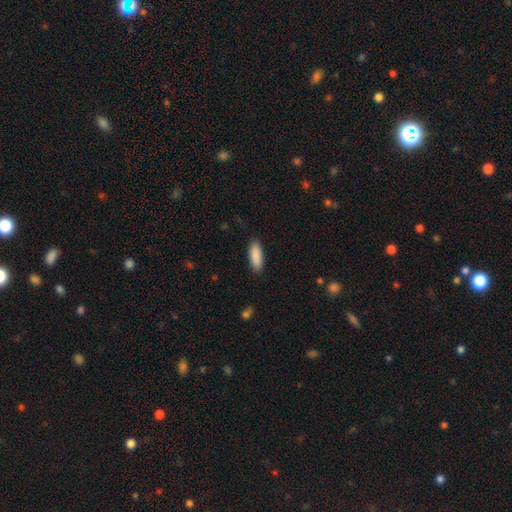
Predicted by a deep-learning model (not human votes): This appears to be a smooth galaxy with no disk features (90%) that is in between round and cigar-shaped (67%). Merging: none (88%).